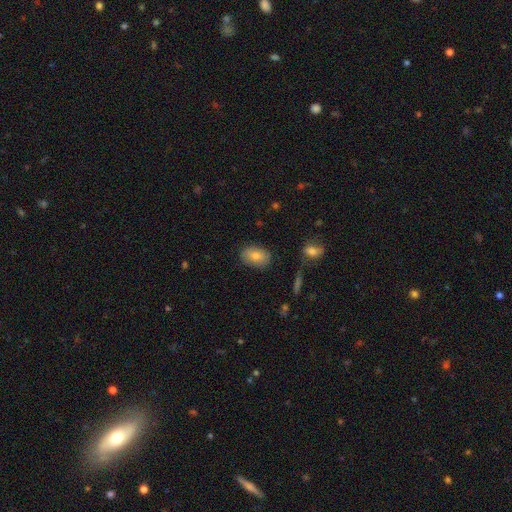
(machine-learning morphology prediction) A smooth galaxy with no disk features (75%) that is in between round and cigar-shaped (85%). Merging: none (83%).